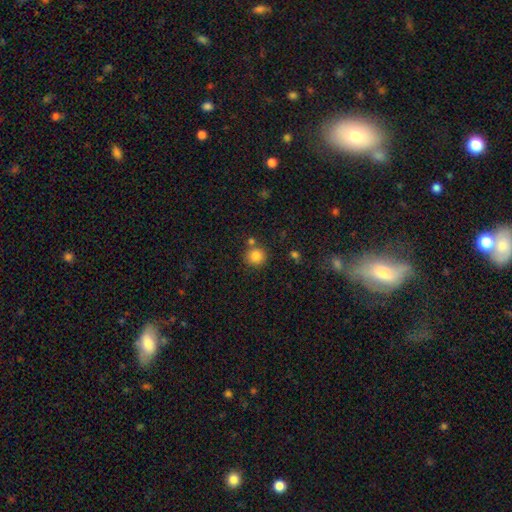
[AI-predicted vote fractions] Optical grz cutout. It shows a smooth galaxy with no disk features (83%) that is round (92%). Merging: none (74%).